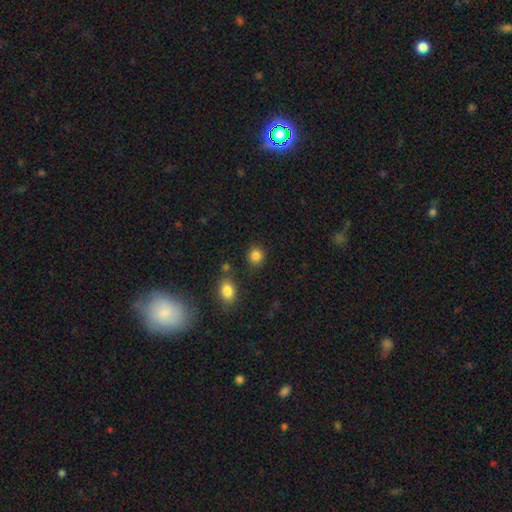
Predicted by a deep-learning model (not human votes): smooth_or_featured: smooth (p=0.85) [alt: star or artifact p=0.11]
how_rounded: round (p=0.84) [alt: in between p=0.15]
merging: none (p=0.85) [alt: minor disturbance p=0.08]